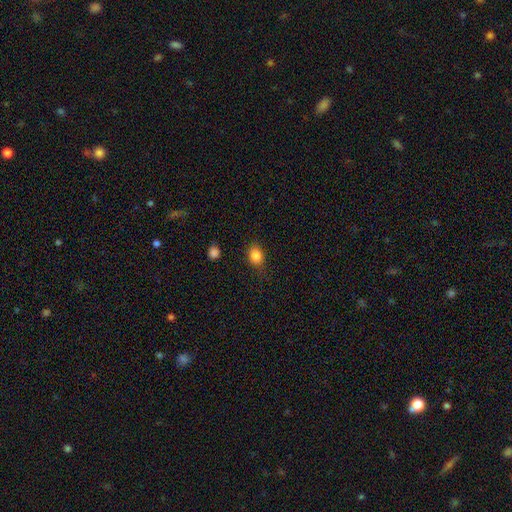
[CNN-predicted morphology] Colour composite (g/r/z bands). It shows a smooth galaxy with no disk features (85%) that is in between round and cigar-shaped (56%). Merging: none (79%).